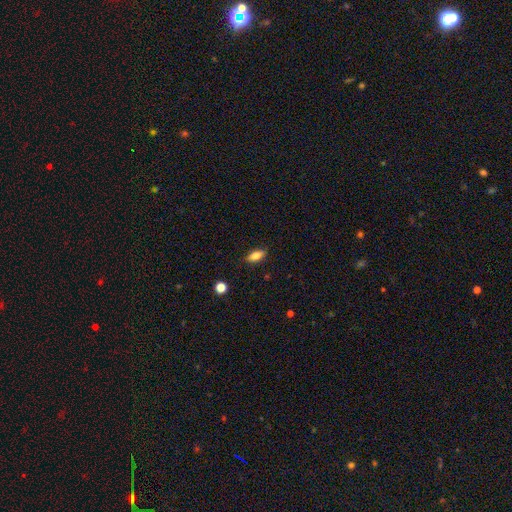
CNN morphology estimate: Smooth or featured? smooth (75%)
How rounded? in between (79%)
Merging? none (87%)